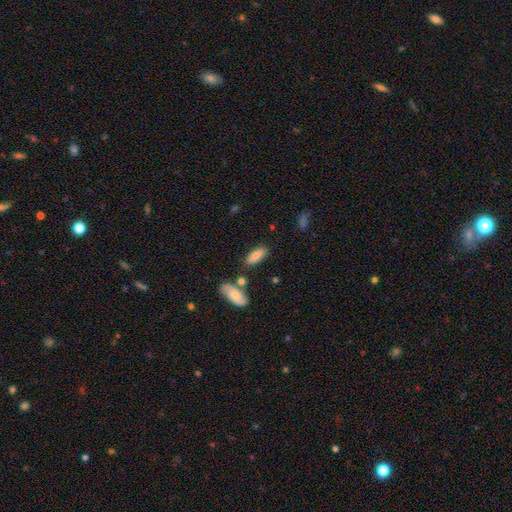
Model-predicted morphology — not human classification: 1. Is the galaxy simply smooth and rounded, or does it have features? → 77% smooth, 15% featured or disk, 7% star or artifact.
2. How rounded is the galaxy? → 77% in between, 21% cigar-shaped, 2% round.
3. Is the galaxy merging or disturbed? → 74% none, 13% minor disturbance, 9% merger, 4% major disturbance.